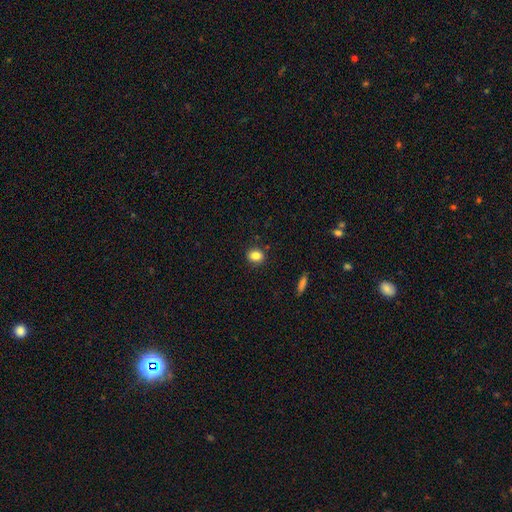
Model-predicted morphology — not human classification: A smooth galaxy with no disk features (84%) that is round (53%).

Vote fractions:
- Smooth or featured? smooth: 84% / star or artifact: 10% / featured or disk: 6%
- How rounded? round: 53% / in between: 46% / cigar-shaped: 1%
- Merging? none: 87% / minor disturbance: 9% / major disturbance: 2% / merger: 2%